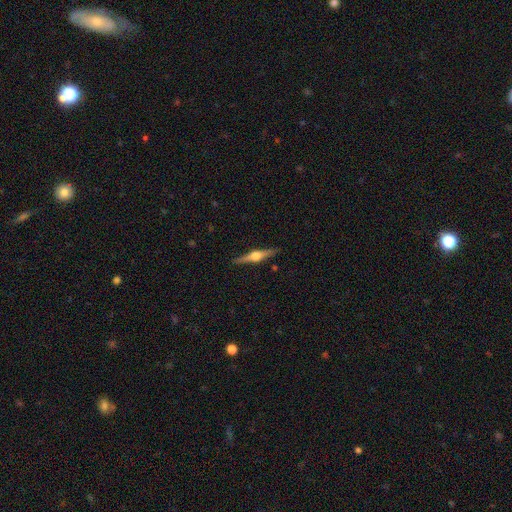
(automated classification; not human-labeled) The model was most divided on "smooth or featured": featured or disk: 78%, smooth: 16%, star or artifact: 5%. More confident: edge-on disk — yes (98%); edge-on bulge — rounded (94%); merging — none (91%).